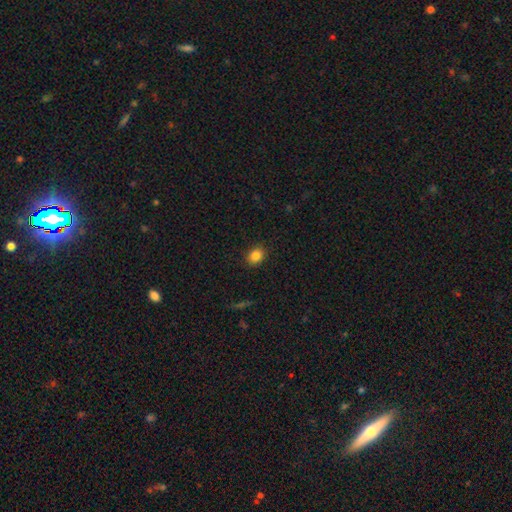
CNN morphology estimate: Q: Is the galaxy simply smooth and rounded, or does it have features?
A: smooth — 85%.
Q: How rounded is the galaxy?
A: round — 58%.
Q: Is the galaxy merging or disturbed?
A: none — 89%.